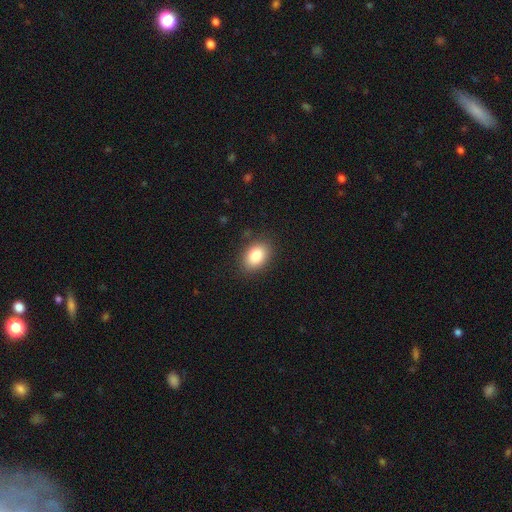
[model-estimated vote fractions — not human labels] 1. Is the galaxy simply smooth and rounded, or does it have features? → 85% smooth, 8% star or artifact, 7% featured or disk.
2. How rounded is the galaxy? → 84% in between, 15% round, 1% cigar-shaped.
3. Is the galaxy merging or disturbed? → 86% none, 10% minor disturbance, 3% major disturbance, 1% merger.